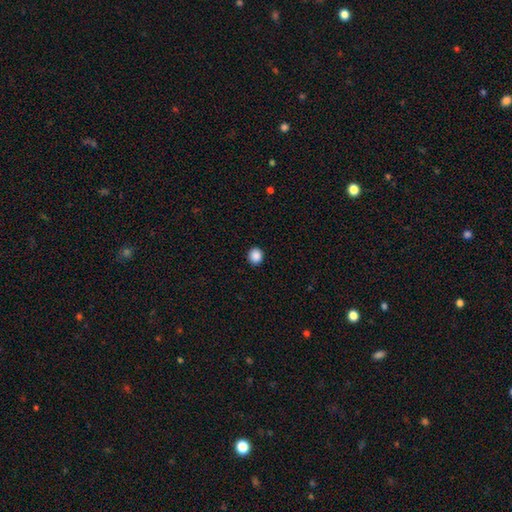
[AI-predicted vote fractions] smooth-or-featured: smooth: 89% | star or artifact: 9% | featured or disk: 2%
  how-rounded: round: 79% | in between: 20% | cigar-shaped: 1%
  merging: none: 92% | minor disturbance: 5% | major disturbance: 2% | merger: 1%